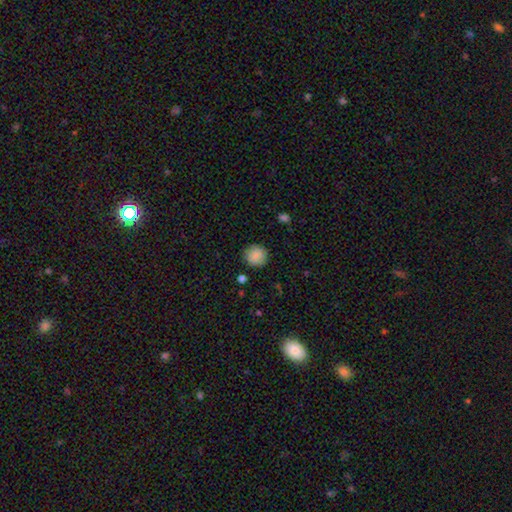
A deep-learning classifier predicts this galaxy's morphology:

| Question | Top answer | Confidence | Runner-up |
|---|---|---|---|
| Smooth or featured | smooth | 87% | star or artifact (8%) |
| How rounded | round | 91% | in between (8%) |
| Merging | none | 88% | minor disturbance (8%) |